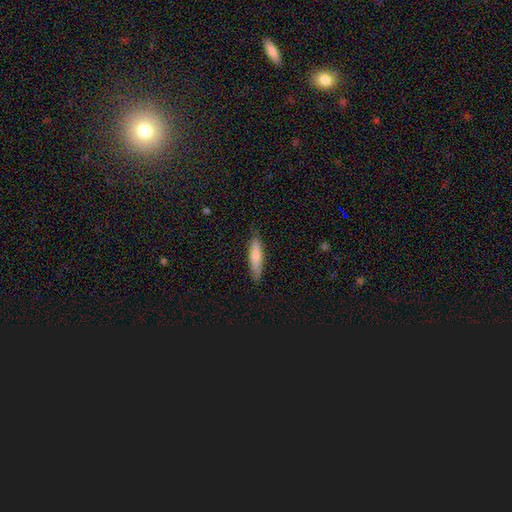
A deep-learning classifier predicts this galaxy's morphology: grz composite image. It shows a smooth galaxy with no disk features (77%) that is cigar-shaped (79%). Merging: none (83%).